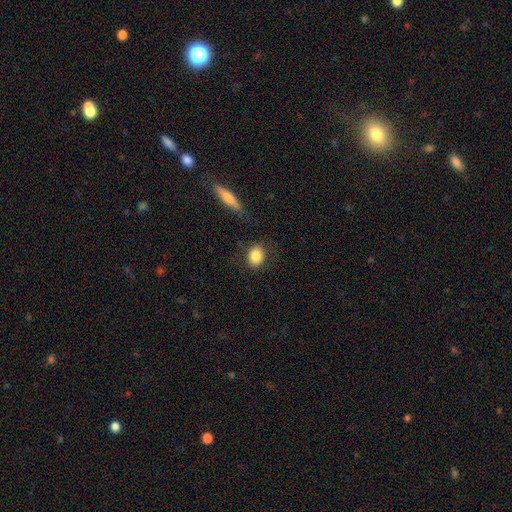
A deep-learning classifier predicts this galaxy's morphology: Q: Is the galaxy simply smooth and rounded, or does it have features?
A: smooth — 85%.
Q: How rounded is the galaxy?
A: round — 54%.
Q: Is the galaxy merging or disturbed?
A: none — 84%.